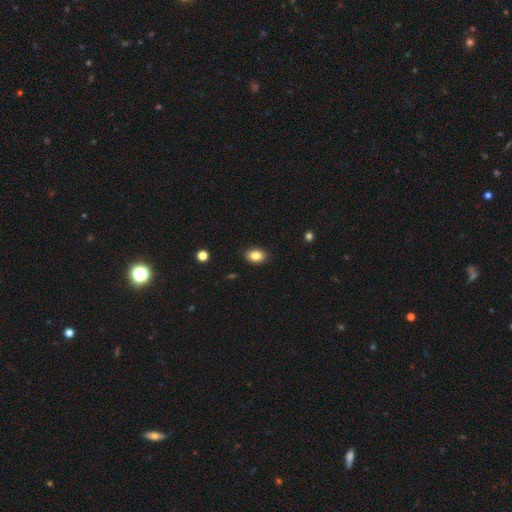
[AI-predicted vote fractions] The model was most divided on "how rounded": in between: 81%, round: 18%, cigar-shaped: 1%. More confident: merging — none (89%); smooth or featured — smooth (85%).